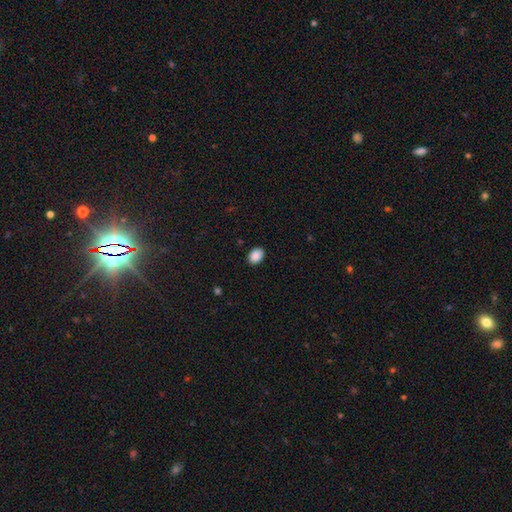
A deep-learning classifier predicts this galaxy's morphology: smooth_or_featured: smooth (p=0.90) [alt: star or artifact p=0.08]
how_rounded: in between (p=0.76) [alt: round p=0.23]
merging: none (p=0.88) [alt: minor disturbance p=0.09]